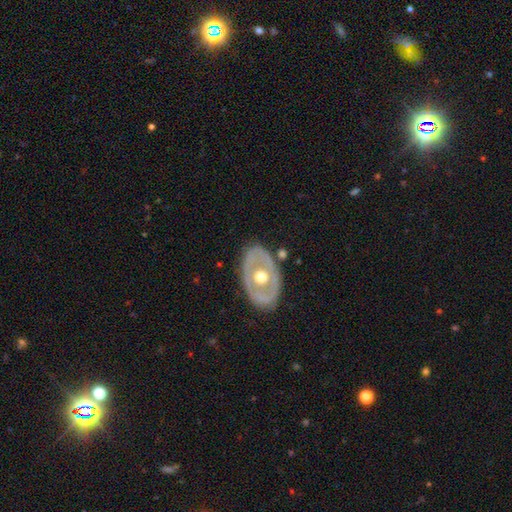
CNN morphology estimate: Smooth or featured?
  - featured or disk: 65% *
  - smooth: 30%
  - star or artifact: 4%
Edge-on disk?
  - no: 90% *
  - yes: 10%
Bar?
  - no: 91% *
  - weak: 7%
  - strong: 3%
Spiral arms?
  - no: 87% *
  - yes: 13%
Bulge size?
  - moderate: 80% *
  - large: 12%
  - small: 6%
  - dominant: 1%
  - none: 1%
Merging?
  - none: 80% *
  - minor disturbance: 13%
  - major disturbance: 4%
  - merger: 3%